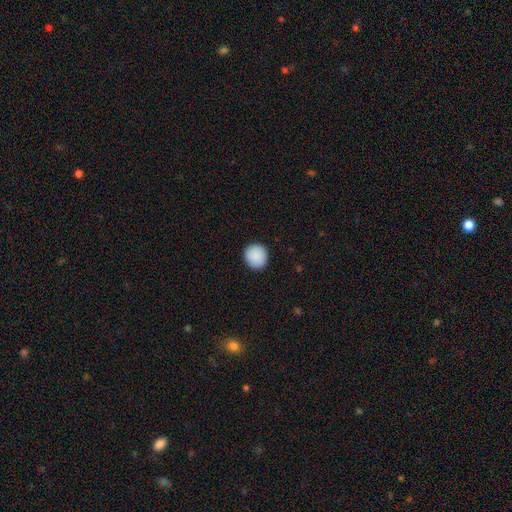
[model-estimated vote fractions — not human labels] Smooth or featured? smooth (90%)
How rounded? round (91%)
Merging? none (91%)